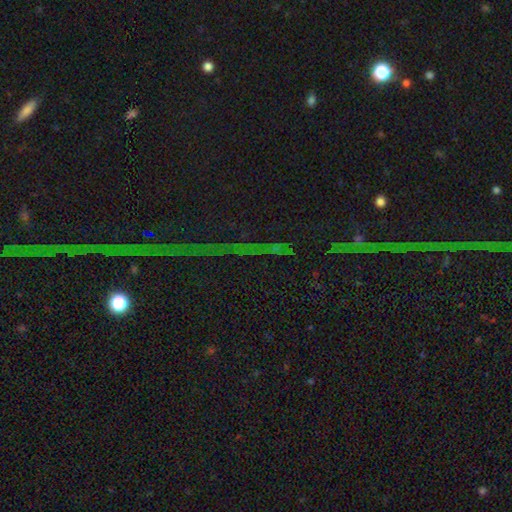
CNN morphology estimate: star or artifact 83%, featured or disk 10%, smooth 8%.